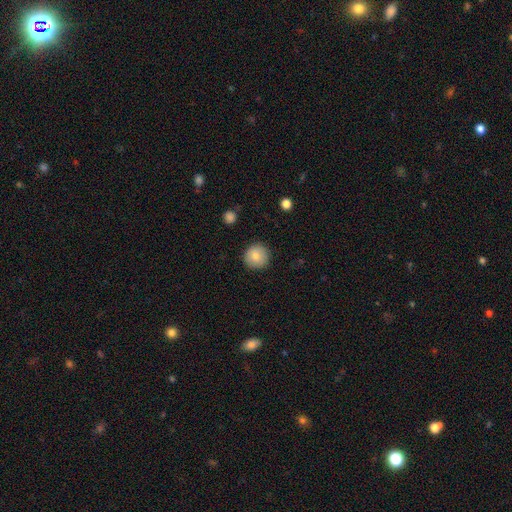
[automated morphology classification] Smooth or featured? smooth (82%)
How rounded? round (94%)
Merging? none (90%)